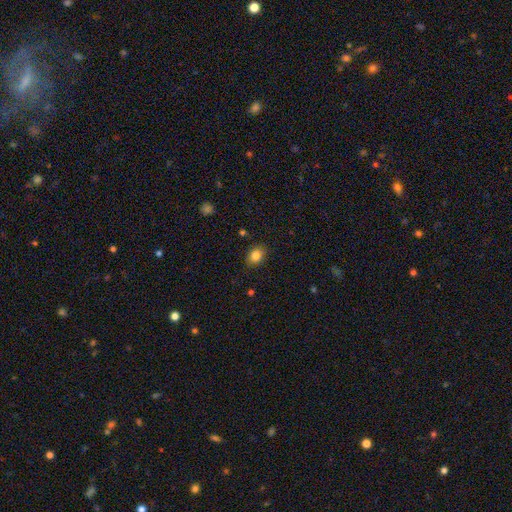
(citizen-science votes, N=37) Smooth or featured? 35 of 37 (95%) said smooth. How rounded? 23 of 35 (66%) said in between. Merging? 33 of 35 (94%) said none.